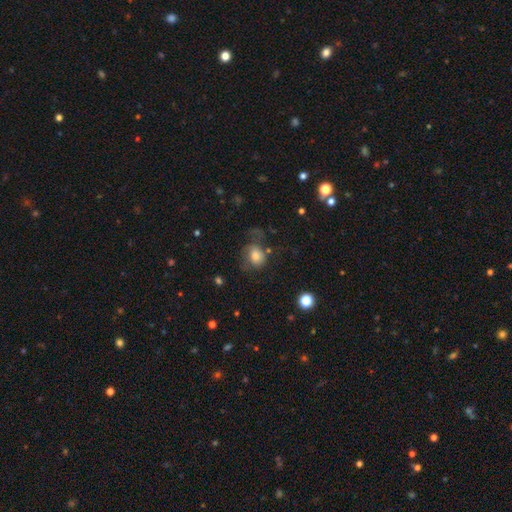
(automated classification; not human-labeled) Smooth or featured? Predicted: smooth (p=0.70). How rounded? Predicted: round (p=0.57). Merging? Predicted: none (p=0.41).